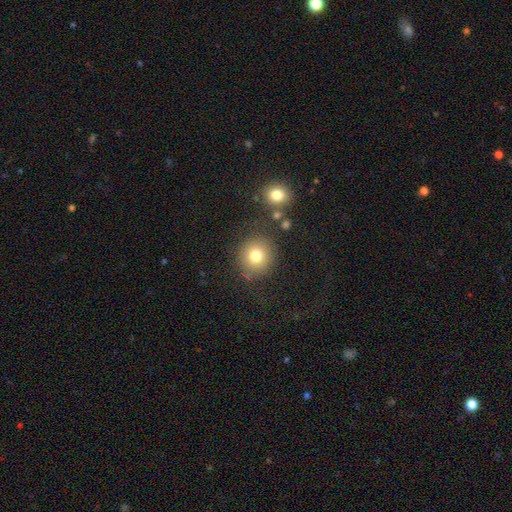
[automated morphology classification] Smooth or featured? smooth (78%)
How rounded? round (90%)
Merging? none (82%)